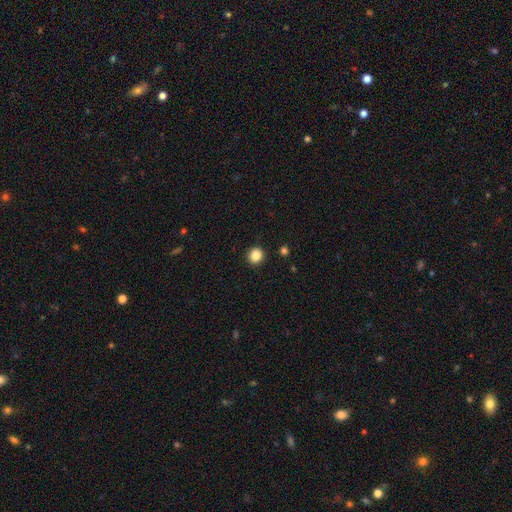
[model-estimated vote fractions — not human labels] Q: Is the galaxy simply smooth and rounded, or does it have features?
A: smooth — 86%.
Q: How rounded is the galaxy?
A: round — 91%.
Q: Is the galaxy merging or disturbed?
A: none — 92%.